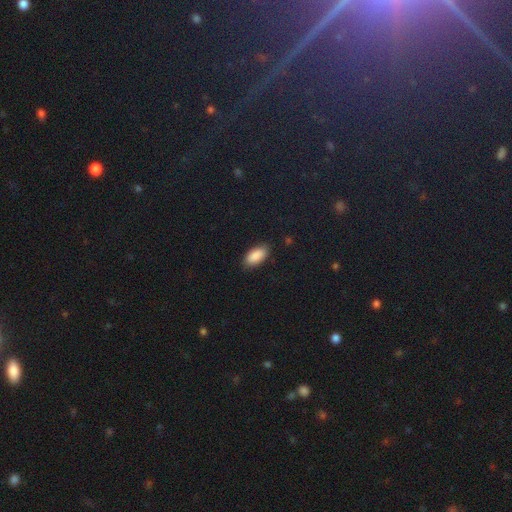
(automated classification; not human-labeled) Smooth or featured?
  - smooth: 89% *
  - star or artifact: 7%
  - featured or disk: 4%
How rounded?
  - in between: 93% *
  - cigar-shaped: 5%
  - round: 2%
Merging?
  - none: 86% *
  - minor disturbance: 11%
  - major disturbance: 2%
  - merger: 1%